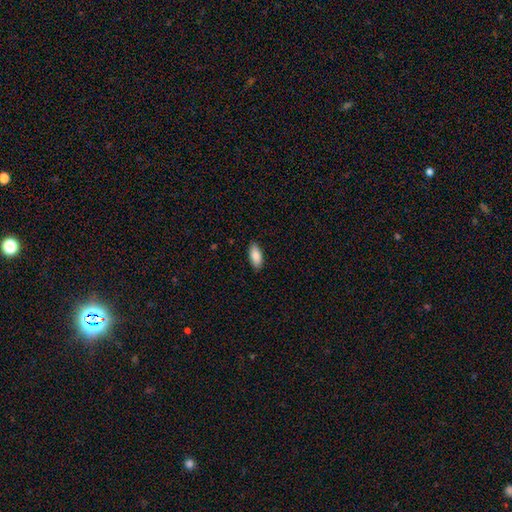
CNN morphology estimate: A smooth galaxy with no disk features (87%) that is in between round and cigar-shaped (87%).

Vote fractions:
- Smooth or featured? smooth: 87% / featured or disk: 6% / star or artifact: 6%
- How rounded? in between: 87% / cigar-shaped: 12% / round: 2%
- Merging? none: 88% / minor disturbance: 9% / major disturbance: 2% / merger: 1%